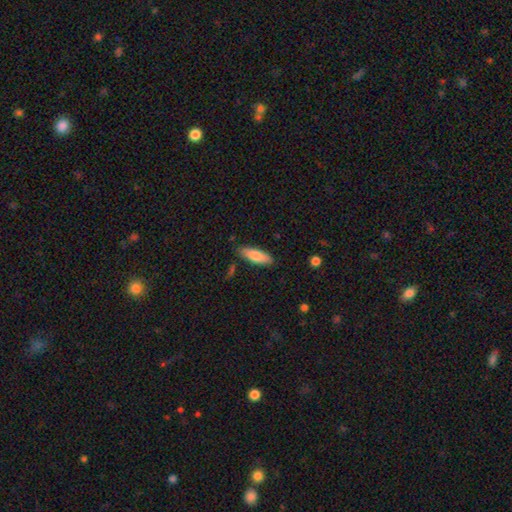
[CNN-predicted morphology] Smooth or featured? Predicted: smooth (p=0.78). How rounded? Predicted: in between (p=0.56). Merging? Predicted: none (p=0.84).